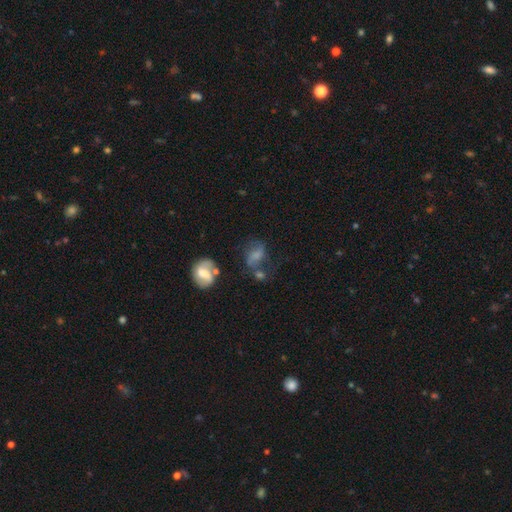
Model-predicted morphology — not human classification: A smooth galaxy with no disk features (50%) that is in between round and cigar-shaped (70%).

Vote fractions:
- Smooth or featured? smooth: 50% / featured or disk: 36% / star or artifact: 14%
- How rounded? in between: 70% / round: 28% / cigar-shaped: 3%
- Merging? none: 39% / minor disturbance: 23% / major disturbance: 20% / merger: 18%